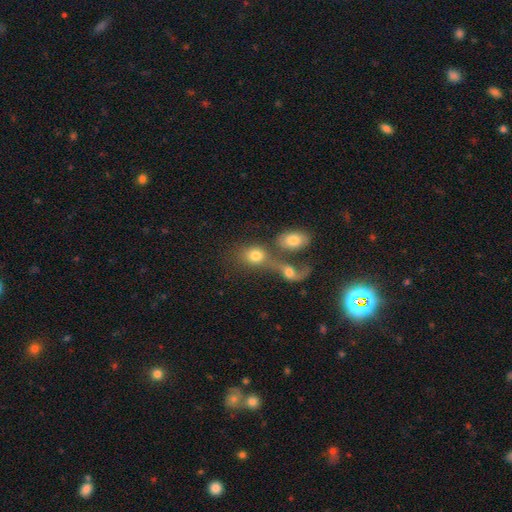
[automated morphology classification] Smooth or featured: smooth — 74% (featured or disk — 17%)
How rounded: in between — 60% (round — 38%)
Merging: merger — 58% (none — 24%)